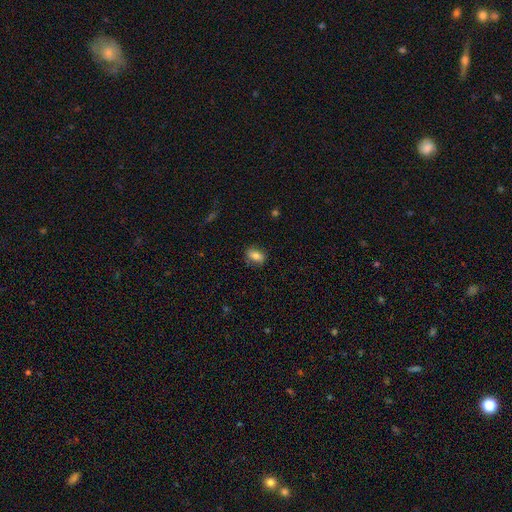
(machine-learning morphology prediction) type=smooth (74%); roundness=in between (81%); merging=none (80%).